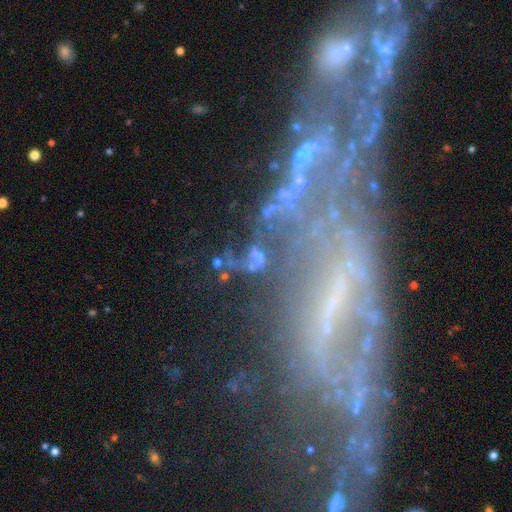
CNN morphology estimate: type=featured or disk (46%); merging=none (43%).